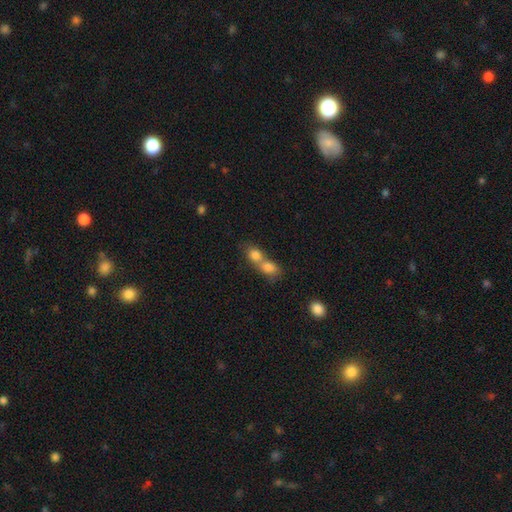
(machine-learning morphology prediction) smooth 79%, featured or disk 12%, star or artifact 9%. Down the decision tree: how rounded — in between (51%); merging — merger (76%).